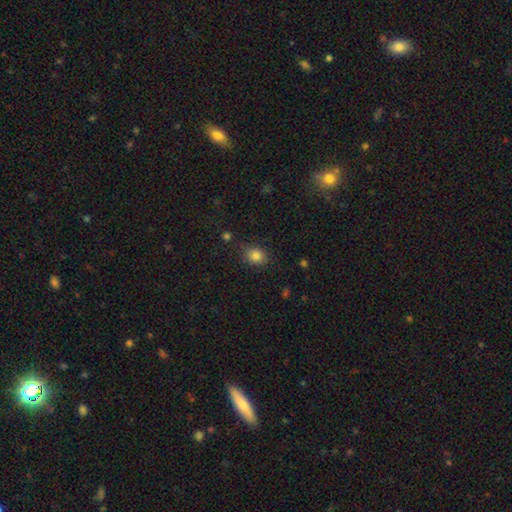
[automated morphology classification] smooth_or_featured: smooth (p=0.82) [alt: star or artifact p=0.12]
how_rounded: round (p=0.54) [alt: in between p=0.45]
merging: none (p=0.81) [alt: minor disturbance p=0.14]